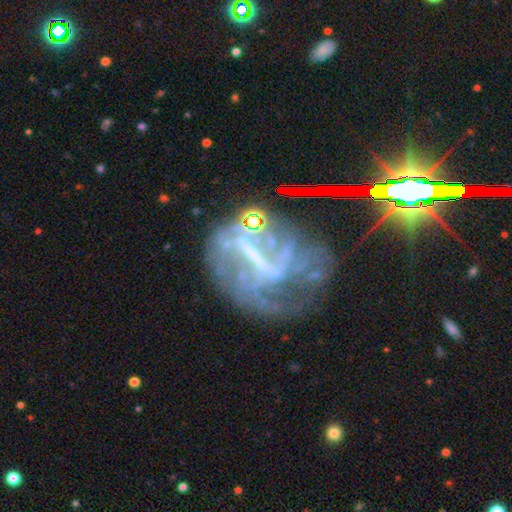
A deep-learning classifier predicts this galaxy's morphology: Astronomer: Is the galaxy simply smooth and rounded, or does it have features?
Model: featured or disk — 68%.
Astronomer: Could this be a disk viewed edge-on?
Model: no — 95%.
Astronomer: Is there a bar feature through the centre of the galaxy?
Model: strong — 53% (runner-up: weak, 28%).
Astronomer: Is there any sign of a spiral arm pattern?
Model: yes — 52% (runner-up: no, 48%).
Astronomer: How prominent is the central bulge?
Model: none — 53% (runner-up: small, 31%).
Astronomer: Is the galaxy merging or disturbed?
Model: major disturbance — 39% (runner-up: none, 35%).